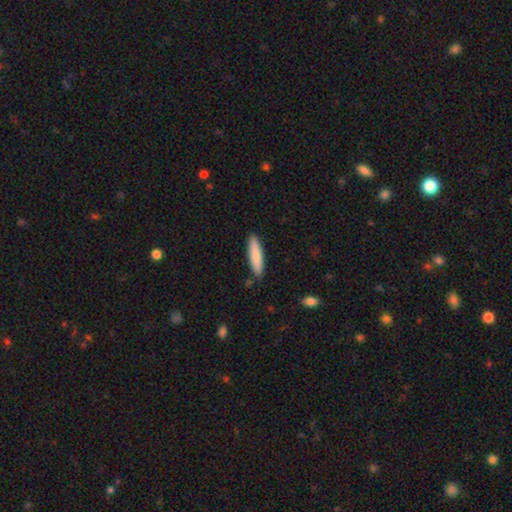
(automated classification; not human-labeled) Overall: smooth (84%). How rounded: cigar-shaped (78%). Merging: none (86%).